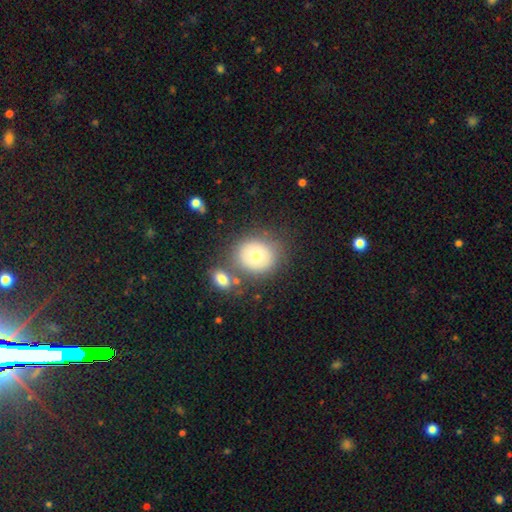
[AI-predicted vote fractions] A smooth galaxy with no disk features (71%) that is round (81%). Merging: none (65%).